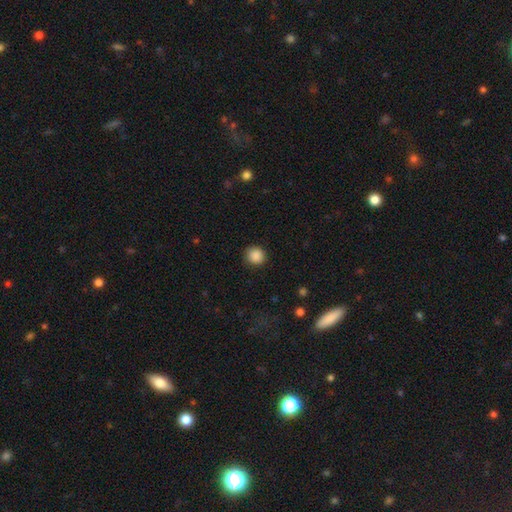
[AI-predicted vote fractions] Overall: smooth (88%). How rounded: round (90%). Merging: none (88%).